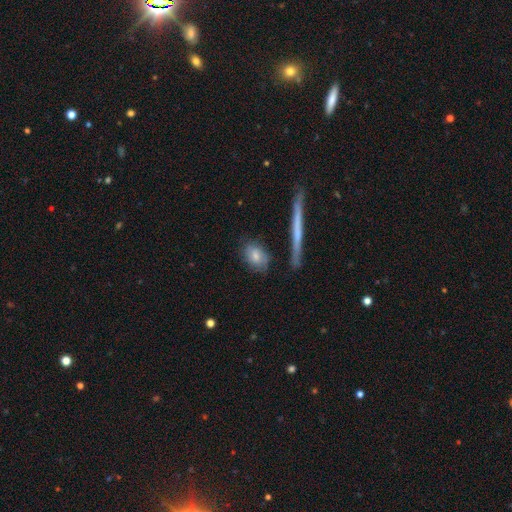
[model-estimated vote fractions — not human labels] smooth_or_featured: smooth (p=0.70) [alt: featured or disk p=0.23]
how_rounded: in between (p=0.64) [alt: round p=0.22]
merging: none (p=0.71) [alt: minor disturbance p=0.18]